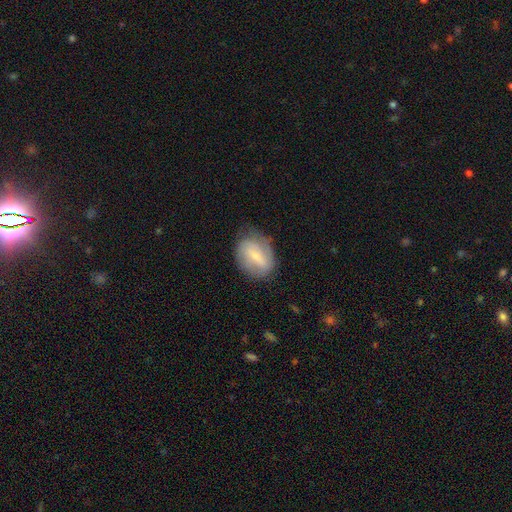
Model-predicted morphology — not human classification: featured or disk 54%, smooth 39%, star or artifact 7%. Down the decision tree: edge-on disk — no (94%); bar — weak (43%); spiral arms — yes (66%); bulge size — small (66%); merging — none (69%).